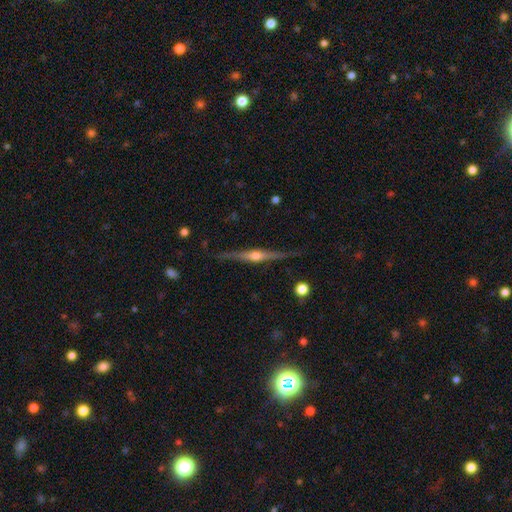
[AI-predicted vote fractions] The model was most divided on "smooth or featured": featured or disk: 81%, smooth: 13%, star or artifact: 6%. More confident: edge-on disk — yes (98%); edge-on bulge — rounded (91%); merging — none (86%).